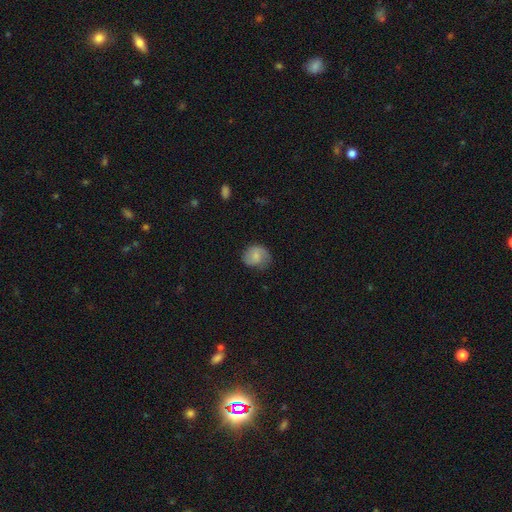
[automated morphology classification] smooth-or-featured: smooth: 61% | featured or disk: 31% | star or artifact: 8%
  how-rounded: round: 69% | in between: 30% | cigar-shaped: 1%
  merging: none: 64% | minor disturbance: 26% | major disturbance: 9% | merger: 1%